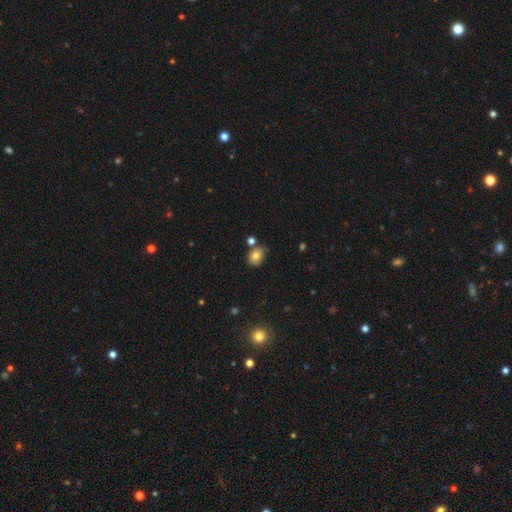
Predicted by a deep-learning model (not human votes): smooth-or-featured: smooth: 75% | featured or disk: 14% | star or artifact: 12%
  how-rounded: in between: 50% | round: 49% | cigar-shaped: 1%
  merging: none: 62% | minor disturbance: 22% | merger: 12% | major disturbance: 5%